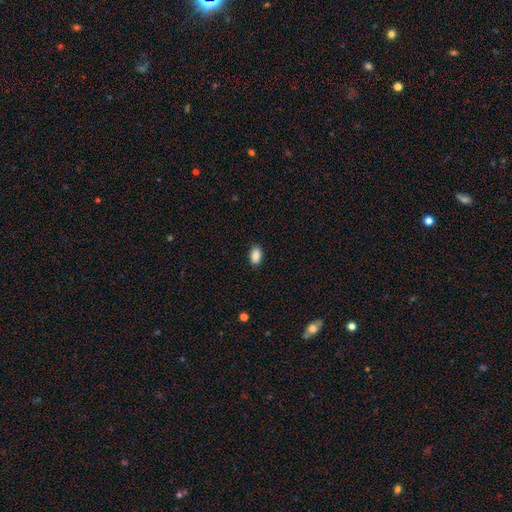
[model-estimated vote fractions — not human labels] smooth 89%, star or artifact 8%, featured or disk 3%. Down the decision tree: how rounded — in between (92%); merging — none (89%).